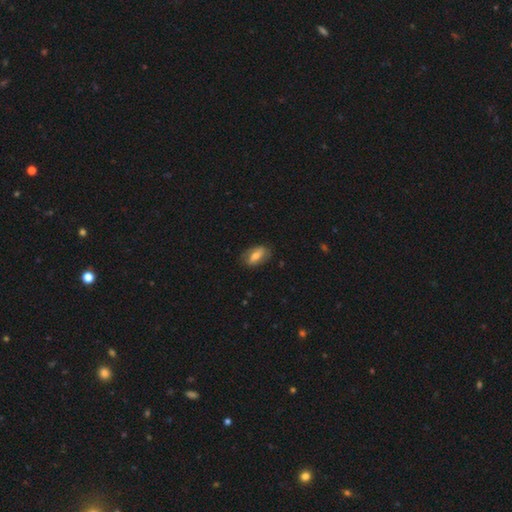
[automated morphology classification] smooth-or-featured: smooth: 52% | featured or disk: 41% | star or artifact: 7%
  how-rounded: in between: 85% | cigar-shaped: 7% | round: 7%
  merging: none: 77% | minor disturbance: 17% | major disturbance: 5% | merger: 1%